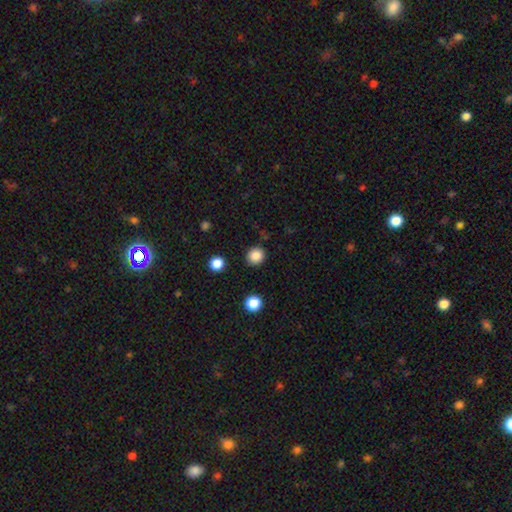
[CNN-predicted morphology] The model was most divided on "smooth or featured": smooth: 85%, star or artifact: 11%, featured or disk: 3%. More confident: how rounded — round (90%); merging — none (89%).